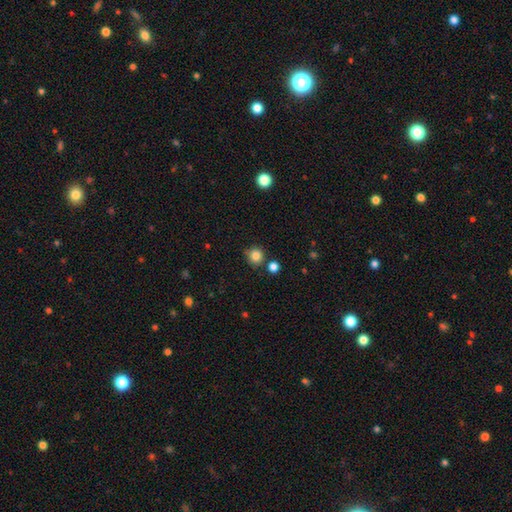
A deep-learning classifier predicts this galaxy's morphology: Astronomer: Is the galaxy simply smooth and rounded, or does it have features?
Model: smooth — 83%.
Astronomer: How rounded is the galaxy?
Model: round — 93%.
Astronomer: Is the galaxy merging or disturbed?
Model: none — 80%.